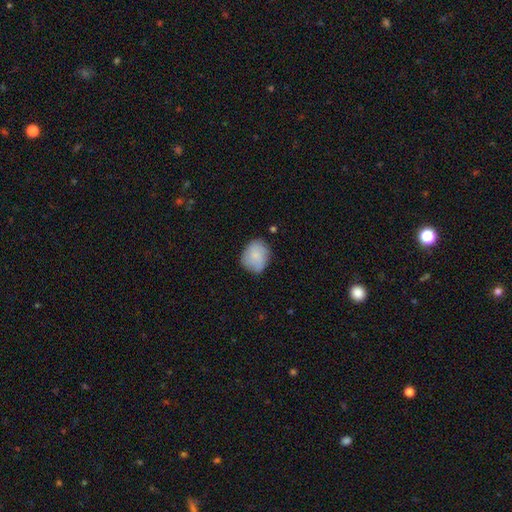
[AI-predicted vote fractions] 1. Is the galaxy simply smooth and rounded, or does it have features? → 72% smooth, 21% featured or disk, 7% star or artifact.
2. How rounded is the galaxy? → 60% round, 39% in between, 1% cigar-shaped.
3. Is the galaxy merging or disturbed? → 68% none, 24% minor disturbance, 5% major disturbance, 2% merger.